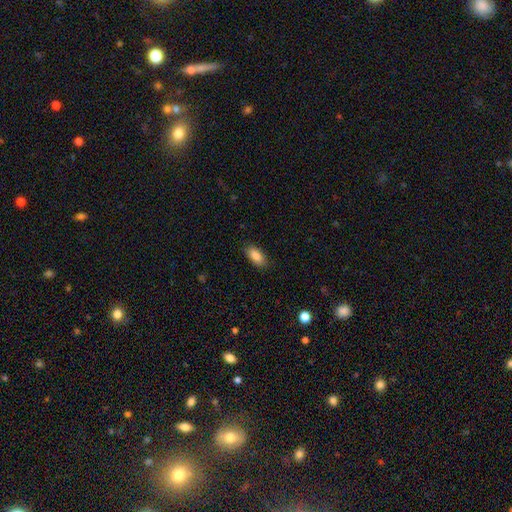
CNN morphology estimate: This appears to be a smooth galaxy with no disk features (87%) that is in between round and cigar-shaped (88%). Merging: none (86%).